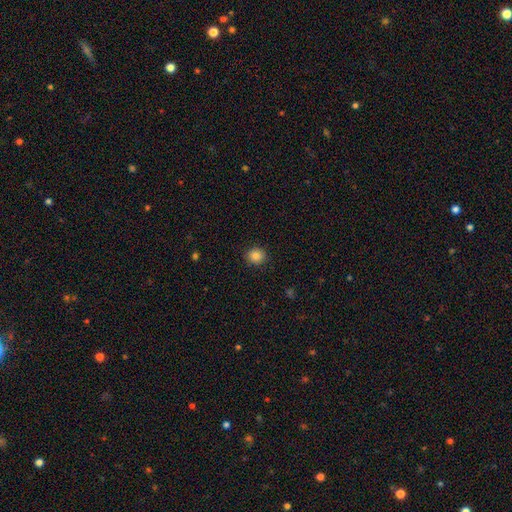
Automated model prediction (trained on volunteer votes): smooth-or-featured: smooth: 85% | star or artifact: 10% | featured or disk: 5%
  how-rounded: round: 86% | in between: 13% | cigar-shaped: 1%
  merging: none: 91% | minor disturbance: 6% | major disturbance: 2% | merger: 1%